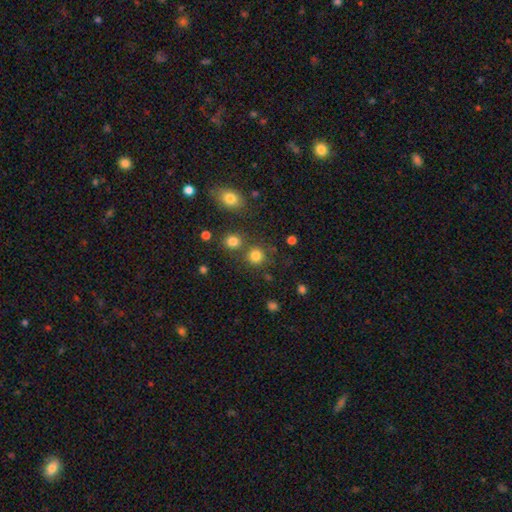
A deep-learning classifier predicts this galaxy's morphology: Smooth or featured? Predicted: smooth (p=0.80). How rounded? Predicted: round (p=0.89). Merging? Predicted: none (p=0.73).